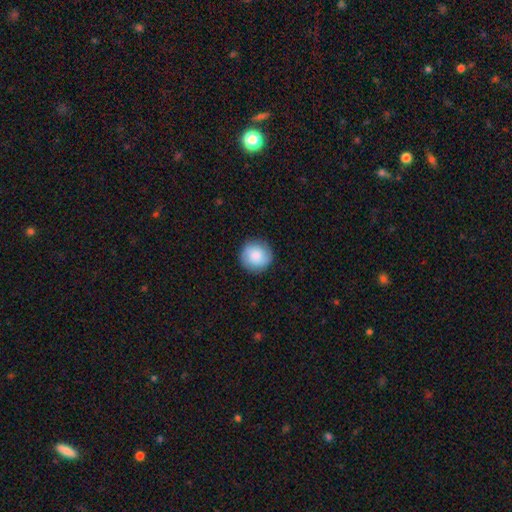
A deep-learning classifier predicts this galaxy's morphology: Smooth or featured: smooth — 74% (featured or disk — 19%)
How rounded: round — 93% (in between — 6%)
Merging: none — 87% (minor disturbance — 9%)